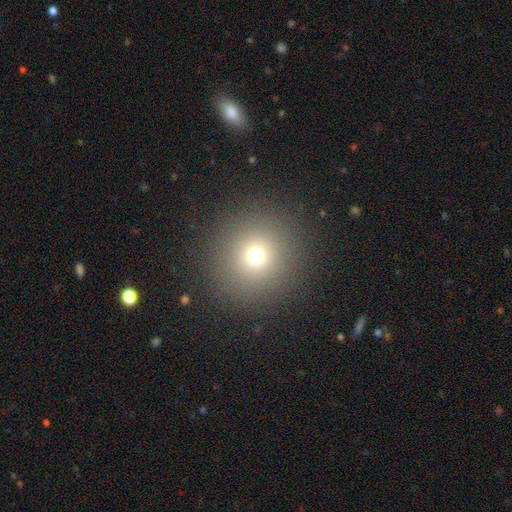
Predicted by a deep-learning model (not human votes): Q: Smooth or featured?
A: smooth (70%); runner-up: star or artifact (20%)
Q: How rounded?
A: round (94%); runner-up: in between (5%)
Q: Merging?
A: none (90%); runner-up: minor disturbance (5%)